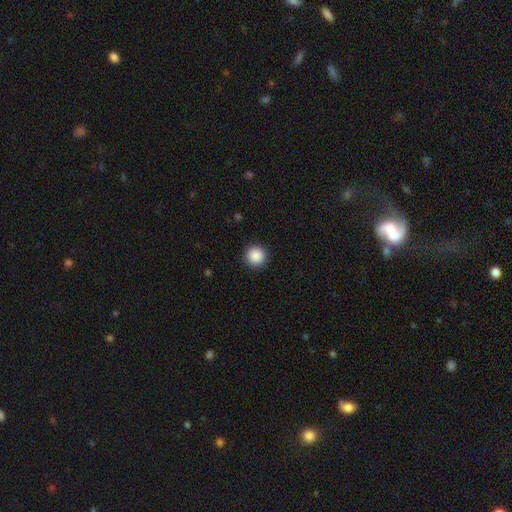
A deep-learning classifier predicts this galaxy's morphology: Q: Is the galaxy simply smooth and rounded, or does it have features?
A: smooth — 88%.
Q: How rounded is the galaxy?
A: round — 95%.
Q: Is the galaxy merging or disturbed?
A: none — 92%.